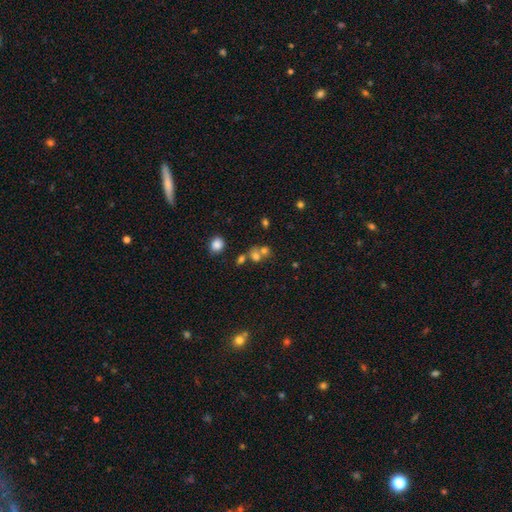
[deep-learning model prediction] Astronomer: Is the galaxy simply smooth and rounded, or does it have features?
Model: smooth — 66%.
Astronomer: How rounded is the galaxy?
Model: round — 65%.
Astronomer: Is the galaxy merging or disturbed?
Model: merger — 51% (runner-up: none, 36%).